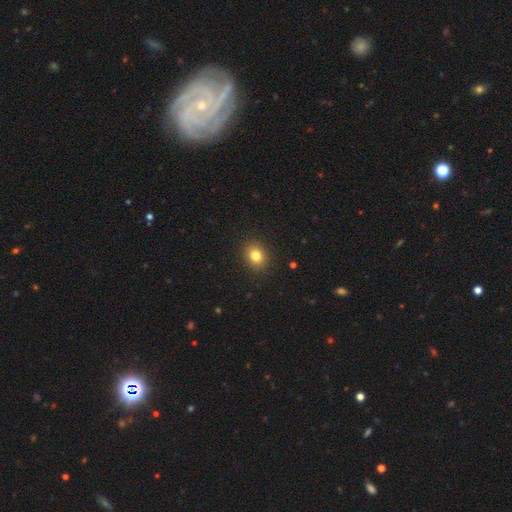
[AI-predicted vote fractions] smooth_or_featured: smooth (p=0.82) [alt: star or artifact p=0.12]
how_rounded: round (p=0.60) [alt: in between p=0.39]
merging: none (p=0.90) [alt: minor disturbance p=0.07]